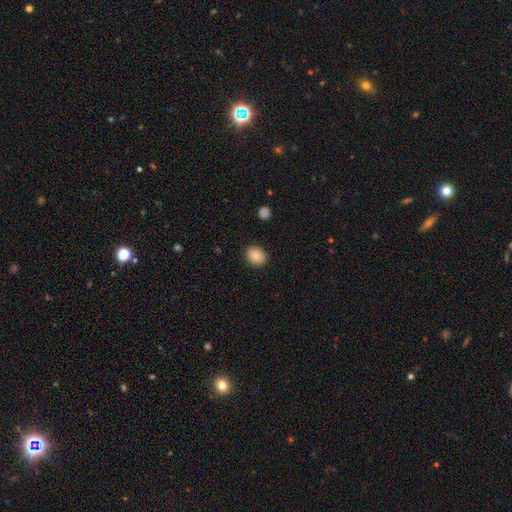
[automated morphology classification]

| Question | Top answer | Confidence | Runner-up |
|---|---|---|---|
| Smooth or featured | smooth | 85% | star or artifact (9%) |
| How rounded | round | 72% | in between (27%) |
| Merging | none | 91% | minor disturbance (6%) |